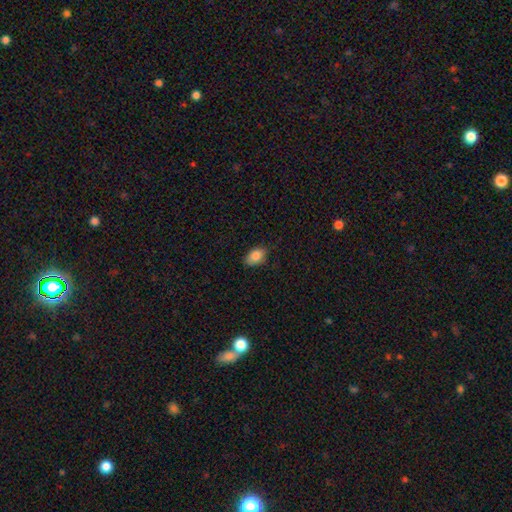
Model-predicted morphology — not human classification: Q: Smooth or featured?
A: smooth (85%); runner-up: star or artifact (8%)
Q: How rounded?
A: in between (87%); runner-up: round (12%)
Q: Merging?
A: none (80%); runner-up: minor disturbance (16%)